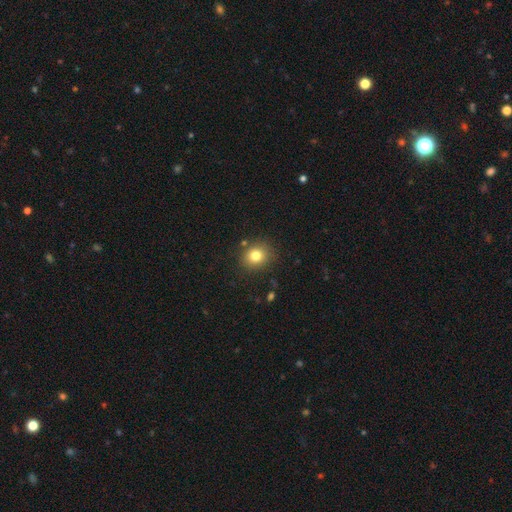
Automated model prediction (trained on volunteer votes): This is clearly a smooth galaxy (80%). How rounded: likely round (76%). Merging: clearly none (85%).